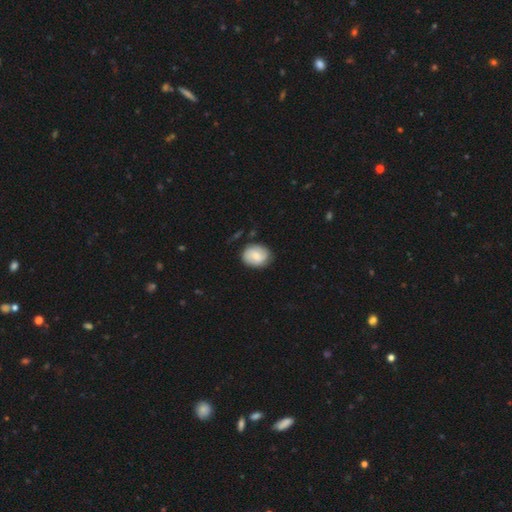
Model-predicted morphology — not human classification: smooth 64%, featured or disk 30%, star or artifact 7%. Down the decision tree: how rounded — round (52%); merging — none (78%).